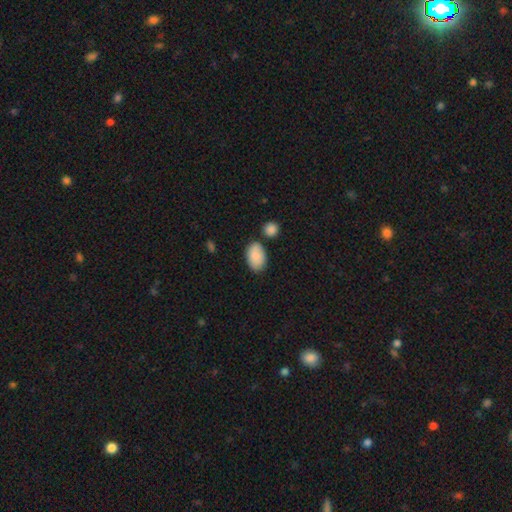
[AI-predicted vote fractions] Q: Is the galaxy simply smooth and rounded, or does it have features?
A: smooth — 89%.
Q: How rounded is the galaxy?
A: in between — 92%.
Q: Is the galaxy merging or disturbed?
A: none — 72%.